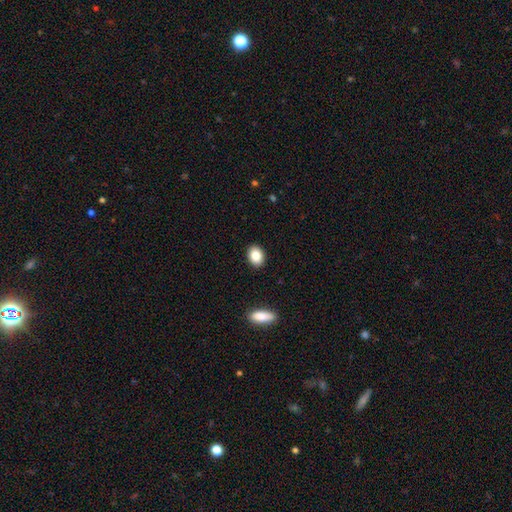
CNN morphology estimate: Q: Smooth or featured?
A: smooth (85%); runner-up: star or artifact (8%)
Q: How rounded?
A: in between (71%); runner-up: round (28%)
Q: Merging?
A: none (90%); runner-up: minor disturbance (7%)